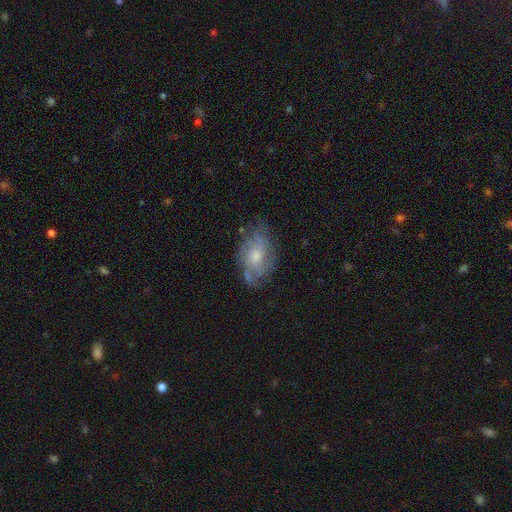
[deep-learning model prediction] Overall: featured or disk (64%; smooth 28%). Edge-on disk: no (95%). Bar: no (75%). Spiral arms: yes (77%). Bulge size: moderate (59%; small 27%). Merging: none (62%; minor disturbance 24%).